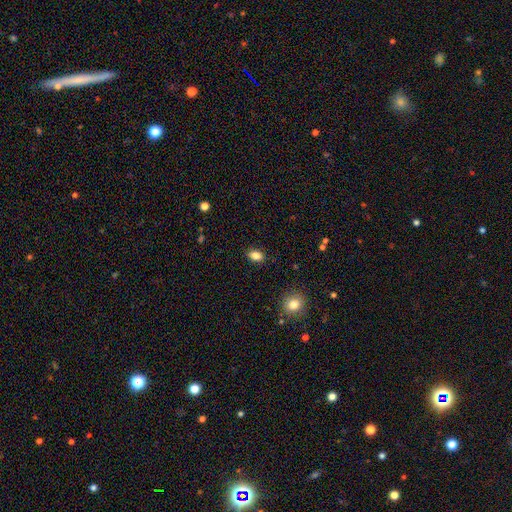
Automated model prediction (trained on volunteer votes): Smooth or featured? smooth (83%)
How rounded? in between (84%)
Merging? none (88%)